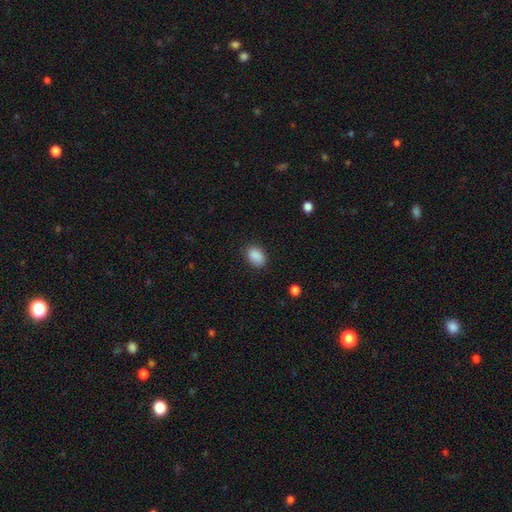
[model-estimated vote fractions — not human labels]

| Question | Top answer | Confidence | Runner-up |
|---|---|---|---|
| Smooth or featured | smooth | 89% | star or artifact (8%) |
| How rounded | in between | 80% | round (19%) |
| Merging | none | 85% | minor disturbance (11%) |